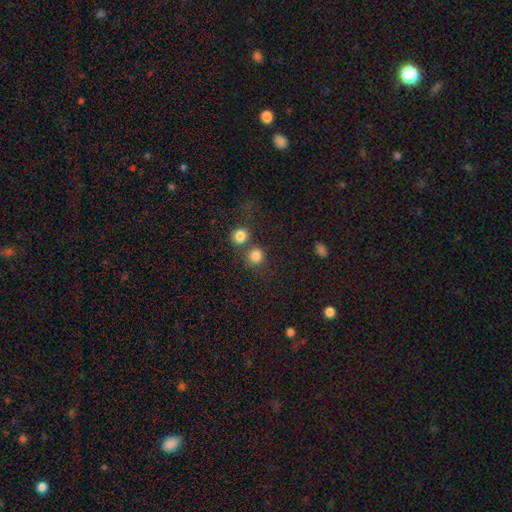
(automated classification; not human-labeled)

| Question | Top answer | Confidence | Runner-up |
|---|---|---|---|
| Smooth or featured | smooth | 82% | star or artifact (13%) |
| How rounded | round | 91% | in between (8%) |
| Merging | none | 64% | merger (26%) |